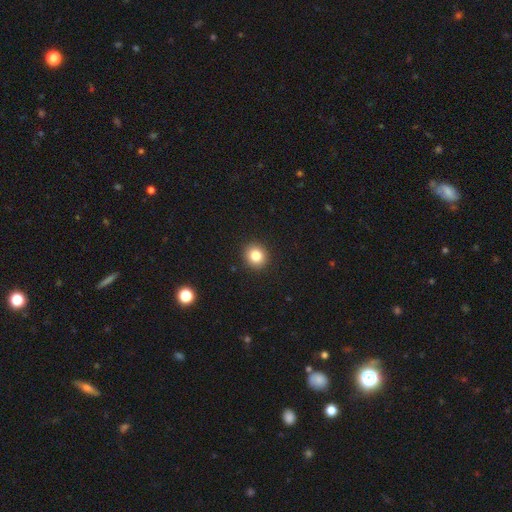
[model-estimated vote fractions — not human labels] A smooth galaxy with no disk features (83%) that is round (85%).

Vote fractions:
- Smooth or featured? smooth: 83% / star or artifact: 11% / featured or disk: 6%
- How rounded? round: 85% / in between: 14% / cigar-shaped: 1%
- Merging? none: 92% / minor disturbance: 5% / major disturbance: 2% / merger: 1%